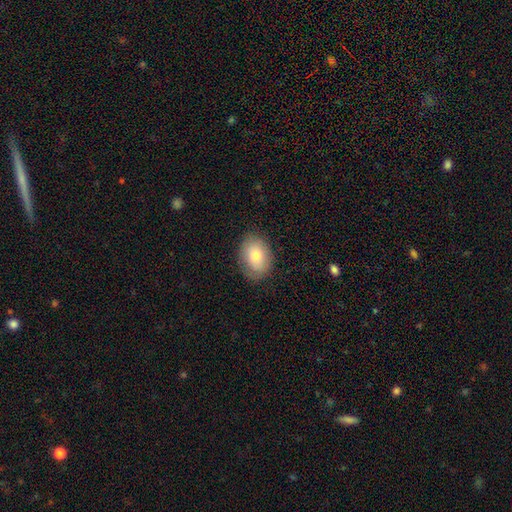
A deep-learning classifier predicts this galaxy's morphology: A smooth galaxy with no disk features (79%) that is in between round and cigar-shaped (74%).

Vote fractions:
- Smooth or featured? smooth: 79% / featured or disk: 14% / star or artifact: 7%
- How rounded? in between: 74% / round: 25% / cigar-shaped: 1%
- Merging? none: 82% / minor disturbance: 14% / major disturbance: 3% / merger: 1%